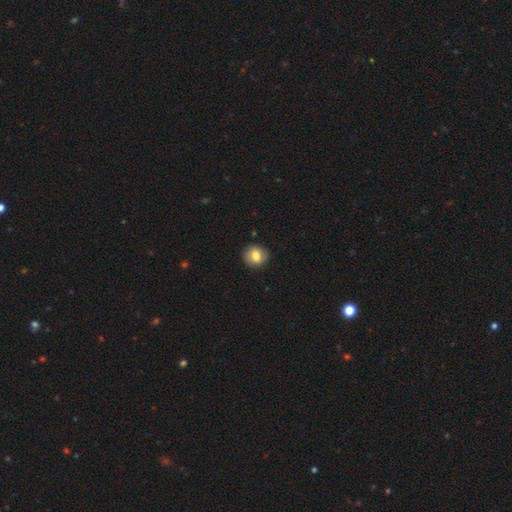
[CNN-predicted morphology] smooth 79%, featured or disk 13%, star or artifact 8%. Down the decision tree: how rounded — round (80%); merging — none (87%).